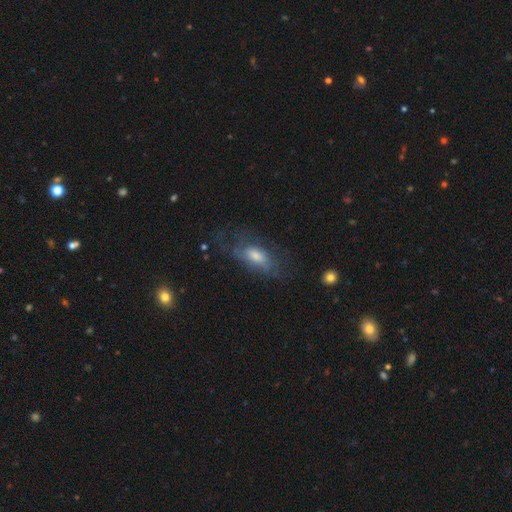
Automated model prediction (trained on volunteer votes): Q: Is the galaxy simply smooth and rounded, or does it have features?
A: featured or disk — 46%.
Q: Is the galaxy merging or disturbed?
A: none — 51%.